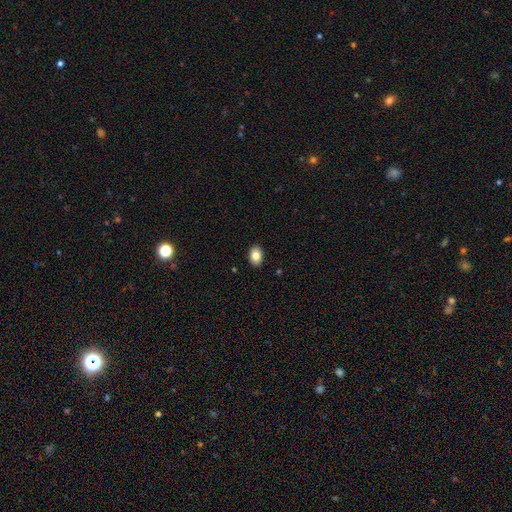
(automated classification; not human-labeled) A smooth galaxy with no disk features (84%) that is in between round and cigar-shaped (80%).

Vote fractions:
- Smooth or featured? smooth: 84% / star or artifact: 8% / featured or disk: 8%
- How rounded? in between: 80% / round: 19% / cigar-shaped: 1%
- Merging? none: 91% / minor disturbance: 7% / major disturbance: 2% / merger: 1%